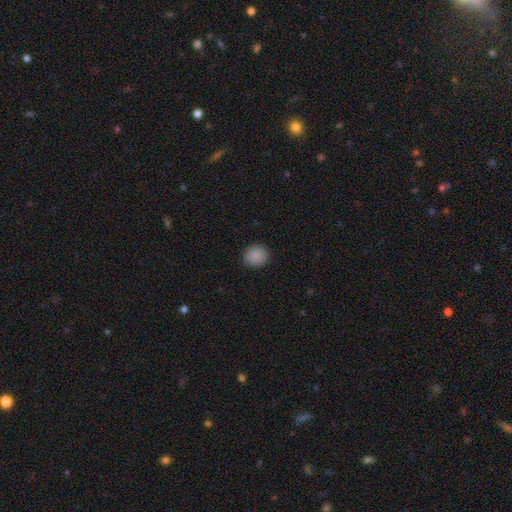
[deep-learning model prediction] Smooth or featured? smooth (88%)
How rounded? round (83%)
Merging? none (91%)